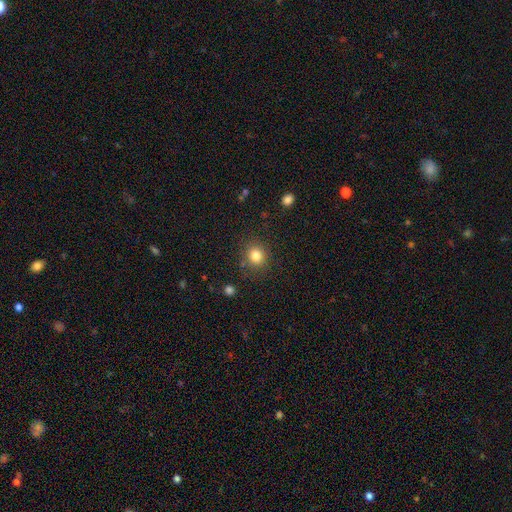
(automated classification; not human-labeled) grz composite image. It shows a smooth galaxy with no disk features (82%) that is round (86%). Merging: none (86%).